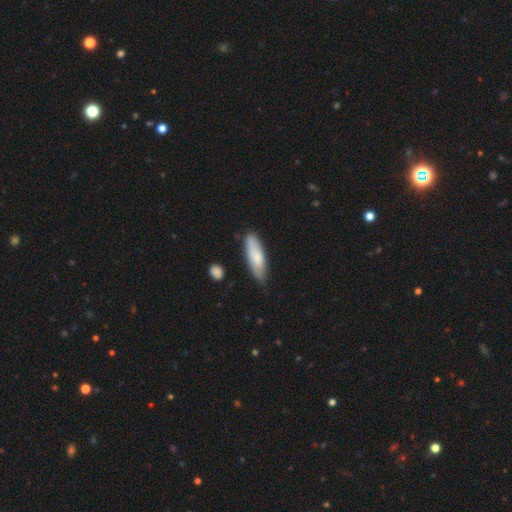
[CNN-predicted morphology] Smooth or featured?
  - smooth: 78% *
  - featured or disk: 17%
  - star or artifact: 6%
How rounded?
  - cigar-shaped: 52% *
  - in between: 47%
  - round: 2%
Merging?
  - none: 74% *
  - minor disturbance: 21%
  - major disturbance: 3%
  - merger: 2%